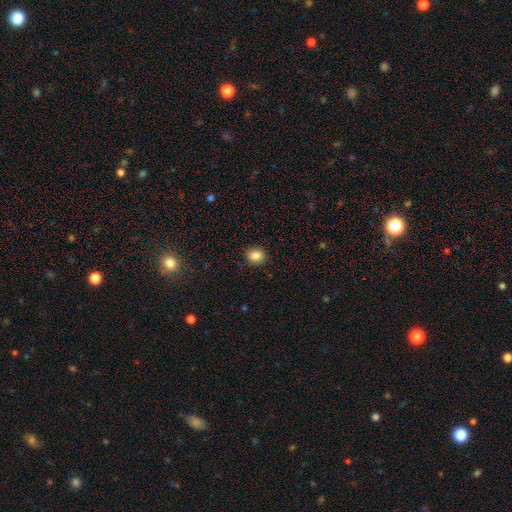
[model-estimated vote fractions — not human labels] This is clearly a smooth galaxy (85%). How rounded: likely round (60%). Merging: clearly none (87%).